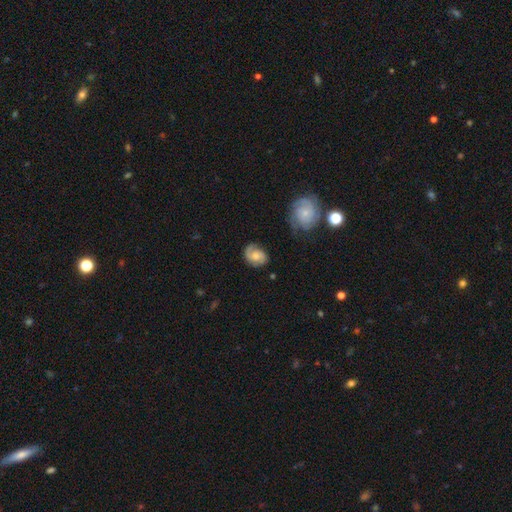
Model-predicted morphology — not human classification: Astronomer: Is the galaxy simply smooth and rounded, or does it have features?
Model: featured or disk — 69%.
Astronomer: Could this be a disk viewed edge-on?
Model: no — 97%.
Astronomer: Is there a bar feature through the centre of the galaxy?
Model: no — 62%.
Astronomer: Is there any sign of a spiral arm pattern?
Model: yes — 94%.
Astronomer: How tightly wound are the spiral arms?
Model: medium — 45% (runner-up: tight, 37%).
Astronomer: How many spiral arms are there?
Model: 2 — 82%.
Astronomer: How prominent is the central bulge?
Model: moderate — 48% (runner-up: small, 32%).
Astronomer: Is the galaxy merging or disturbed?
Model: none — 72%.